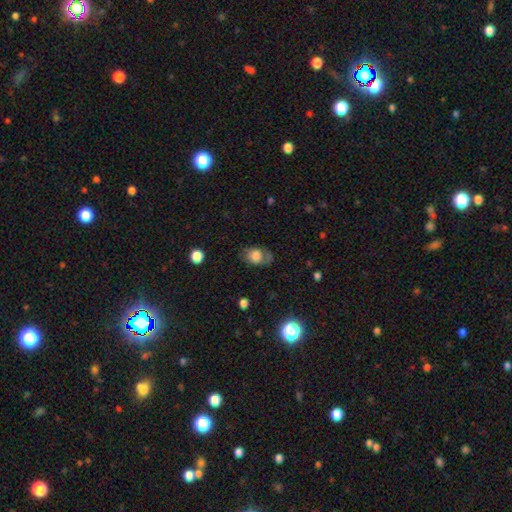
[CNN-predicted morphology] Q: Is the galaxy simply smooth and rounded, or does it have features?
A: smooth — 72%.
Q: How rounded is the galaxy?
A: in between — 69%.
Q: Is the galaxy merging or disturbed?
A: none — 60%.